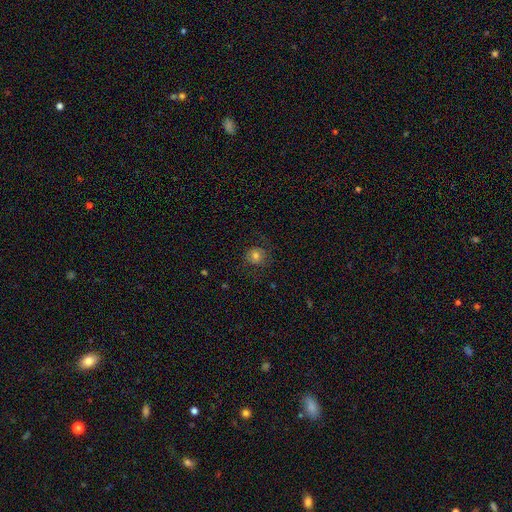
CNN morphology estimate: A smooth galaxy with no disk features (74%) that is round (85%). Merging: none (76%).